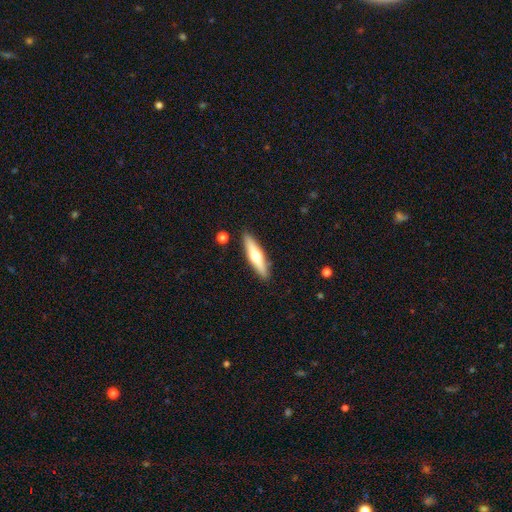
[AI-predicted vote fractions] This is possibly a featured or disk galaxy (48%). Merging: clearly none (88%).